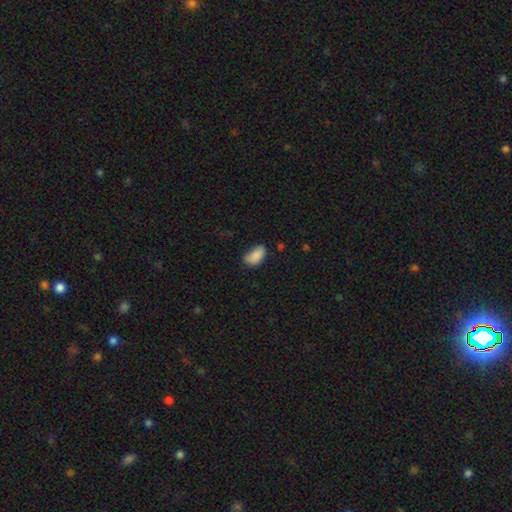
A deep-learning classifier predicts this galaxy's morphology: Overall: smooth (86%). How rounded: in between (93%). Merging: none (57%; minor disturbance 33%).